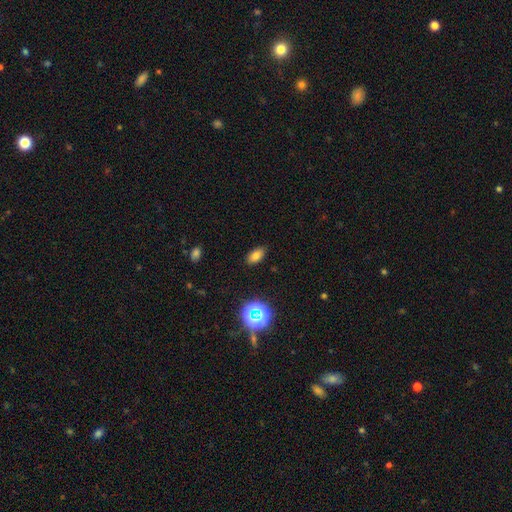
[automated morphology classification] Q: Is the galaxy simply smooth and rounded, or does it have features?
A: smooth — 73%.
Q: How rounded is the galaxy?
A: in between — 90%.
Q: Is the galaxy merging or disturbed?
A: none — 86%.